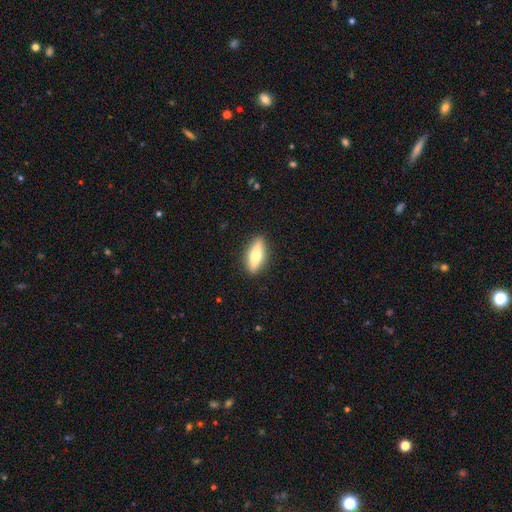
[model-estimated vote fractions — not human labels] Smooth or featured: smooth — 63% (featured or disk — 31%)
How rounded: in between — 61% (cigar-shaped — 36%)
Merging: none — 89% (minor disturbance — 8%)